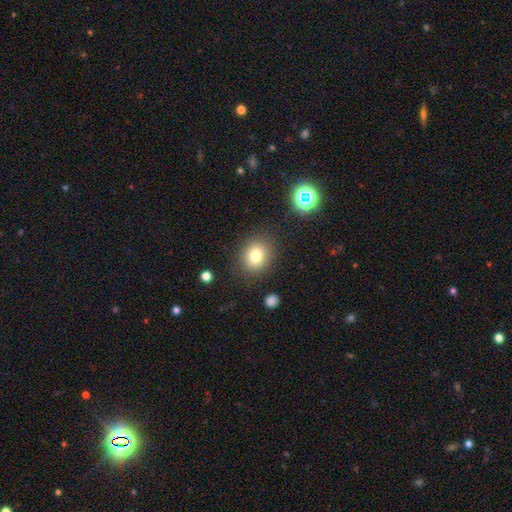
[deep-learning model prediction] smooth 78%, star or artifact 13%, featured or disk 10%. Down the decision tree: how rounded — round (65%); merging — none (85%).